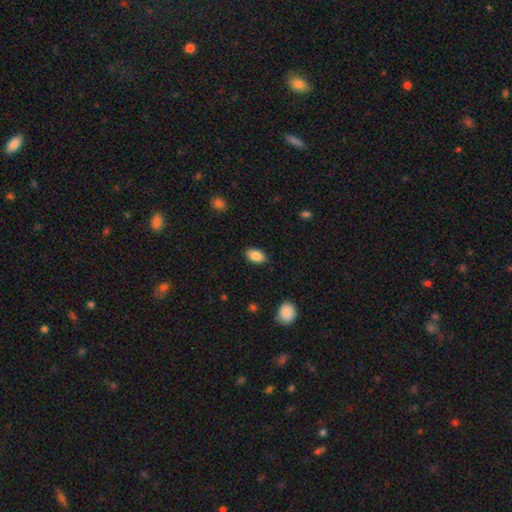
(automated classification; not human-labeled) A smooth galaxy with no disk features (86%) that is in between round and cigar-shaped (92%). Merging: none (86%).